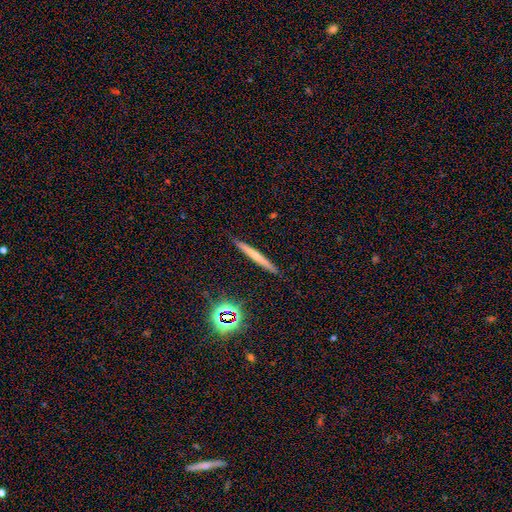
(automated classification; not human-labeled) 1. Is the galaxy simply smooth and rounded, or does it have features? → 46% smooth, 42% featured or disk, 13% star or artifact.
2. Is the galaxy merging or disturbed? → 89% none, 8% minor disturbance, 2% major disturbance, 1% merger.